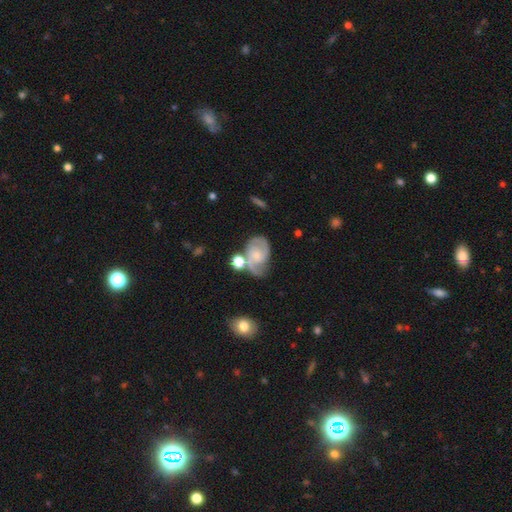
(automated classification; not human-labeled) Smooth or featured: featured or disk — 74% (smooth — 19%)
Edge-on disk: no — 97% (yes — 3%)
Bar: no — 60% (weak — 34%)
Spiral arms: yes — 92% (no — 8%)
Spiral winding: medium — 49% (tight — 31%)
Spiral arm count: 2 — 76% (can't tell — 10%)
Bulge size: small — 53% (moderate — 30%)
Merging: none — 50% (minor disturbance — 22%)